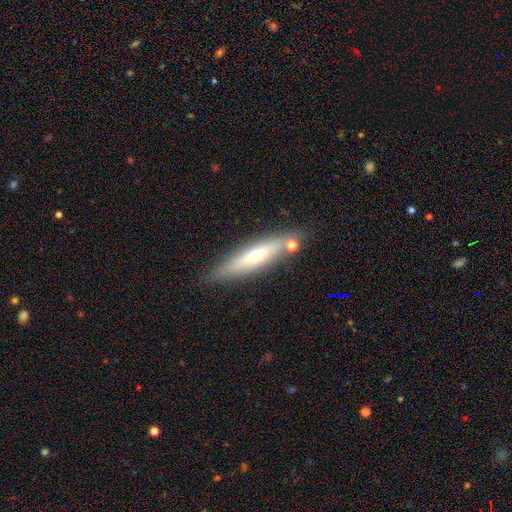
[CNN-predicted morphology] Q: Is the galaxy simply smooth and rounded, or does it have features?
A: featured or disk — 49%.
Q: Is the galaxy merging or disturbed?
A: none — 80%.